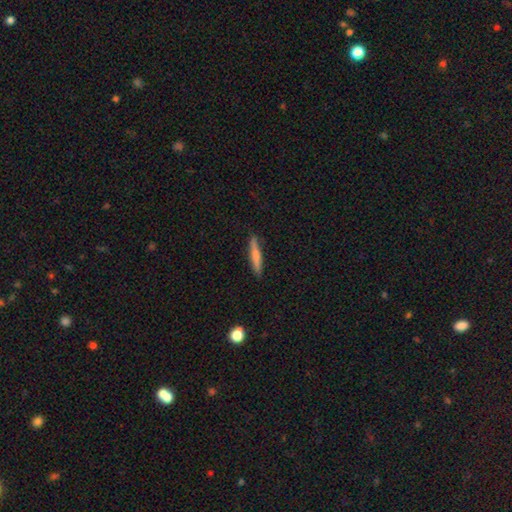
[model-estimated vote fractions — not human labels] Overall: smooth (69%). How rounded: cigar-shaped (91%). Merging: none (88%).